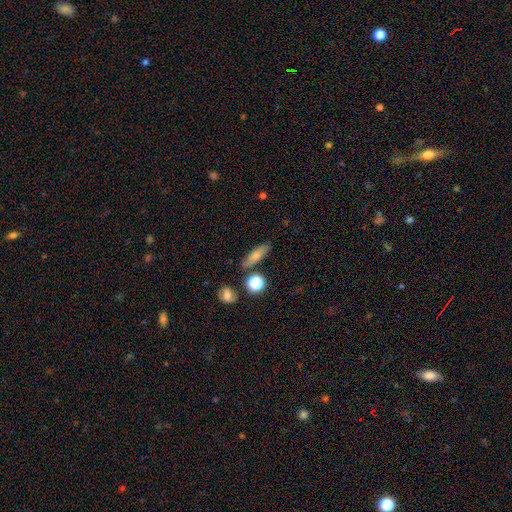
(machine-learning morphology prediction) Smooth or featured? smooth (71%)
How rounded? cigar-shaped (47%)
Merging? none (78%)